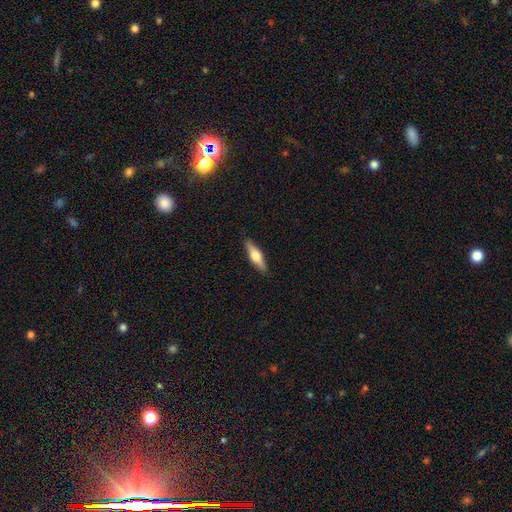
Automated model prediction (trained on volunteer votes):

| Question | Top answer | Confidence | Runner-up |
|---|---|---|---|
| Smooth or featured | featured or disk | 47% | tied: smooth (47%) |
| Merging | none | 89% | minor disturbance (8%) |